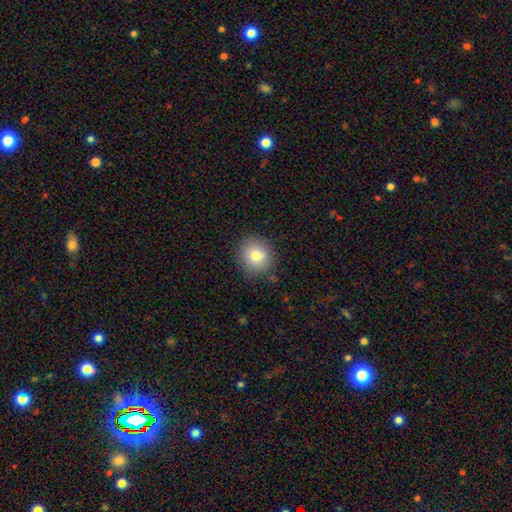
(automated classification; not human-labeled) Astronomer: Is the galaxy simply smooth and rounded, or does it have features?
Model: smooth — 79%.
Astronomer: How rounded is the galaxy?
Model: round — 87%.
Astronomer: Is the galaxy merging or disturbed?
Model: none — 85%.